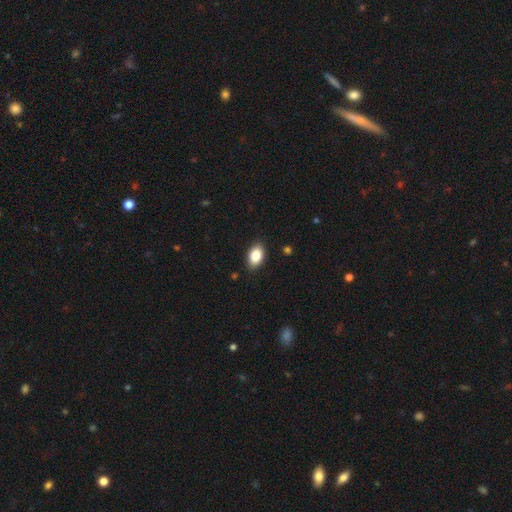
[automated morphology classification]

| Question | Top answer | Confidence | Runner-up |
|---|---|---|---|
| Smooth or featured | smooth | 86% | star or artifact (8%) |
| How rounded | in between | 90% | round (8%) |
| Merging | none | 88% | minor disturbance (9%) |